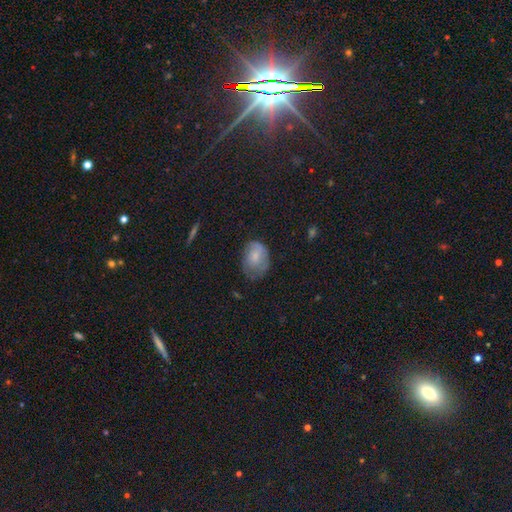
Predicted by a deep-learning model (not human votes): A smooth galaxy with no disk features (61%) that is in between round and cigar-shaped (68%). Merging: none (49%).